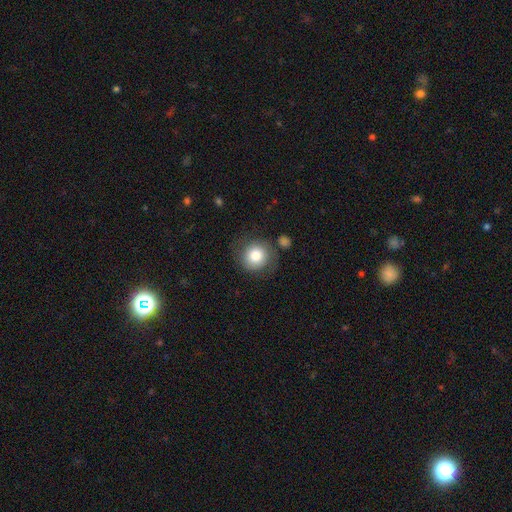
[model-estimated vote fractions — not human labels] A smooth galaxy with no disk features (78%) that is round (90%). Merging: none (72%).